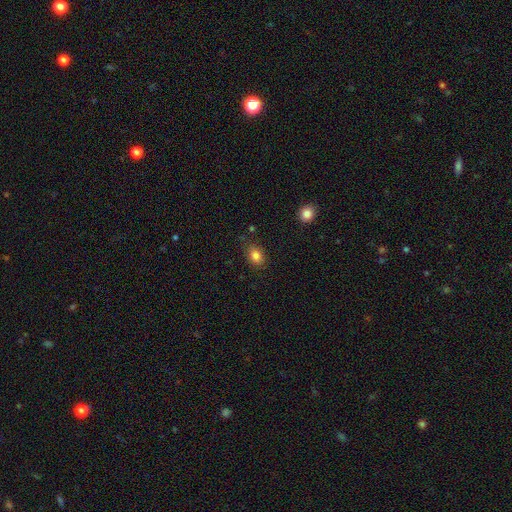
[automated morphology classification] Q: Smooth or featured?
A: smooth (83%); runner-up: star or artifact (10%)
Q: How rounded?
A: in between (66%); runner-up: round (33%)
Q: Merging?
A: none (81%); runner-up: minor disturbance (14%)